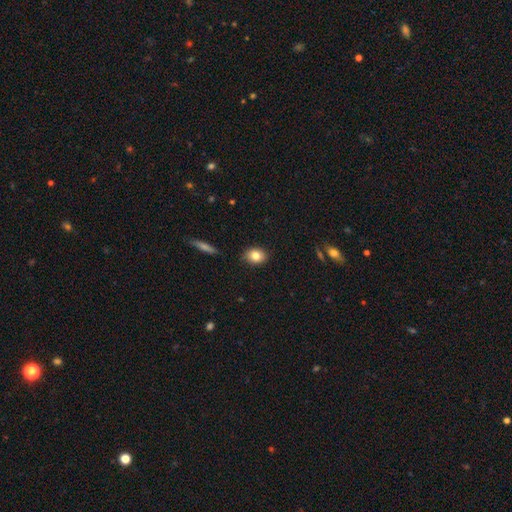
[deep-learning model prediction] Smooth or featured? smooth (82%)
How rounded? in between (54%)
Merging? none (87%)